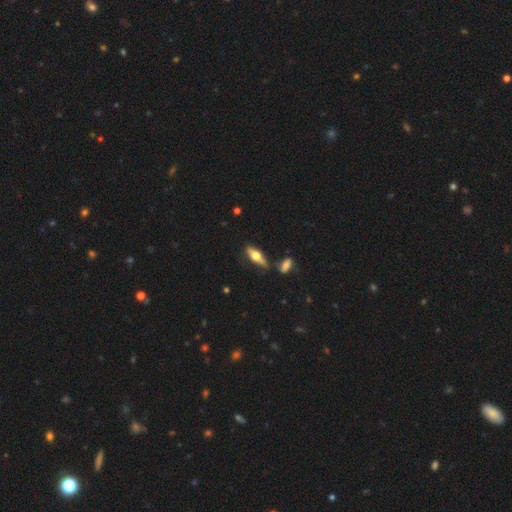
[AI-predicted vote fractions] The model was most divided on "smooth or featured": featured or disk: 53%, smooth: 40%, star or artifact: 7%. More confident: edge-on disk — yes (90%); merging — none (71%).